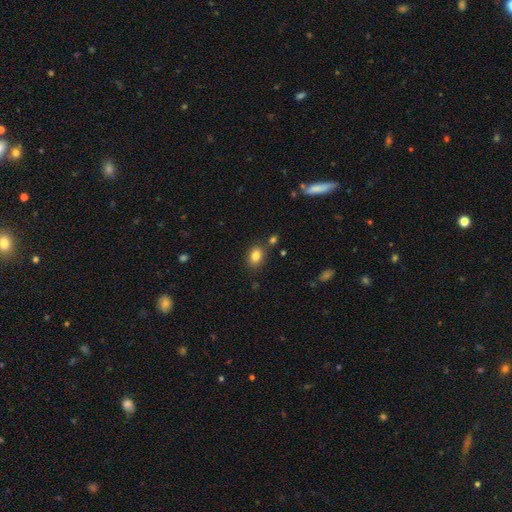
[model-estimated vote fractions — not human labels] Smooth or featured? Predicted: smooth (p=0.83). How rounded? Predicted: in between (p=0.67). Merging? Predicted: none (p=0.78).